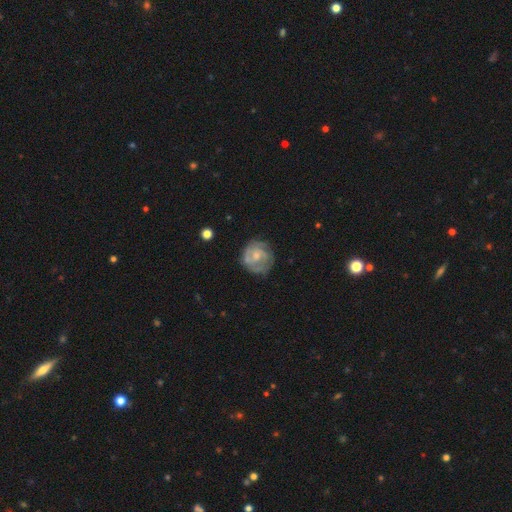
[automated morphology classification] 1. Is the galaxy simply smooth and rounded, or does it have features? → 70% featured or disk, 24% smooth, 6% star or artifact.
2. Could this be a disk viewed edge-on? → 98% no, 2% yes.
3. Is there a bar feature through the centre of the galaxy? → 67% no, 29% weak, 4% strong.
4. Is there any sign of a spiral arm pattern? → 80% yes, 20% no.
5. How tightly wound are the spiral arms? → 56% tight, 33% medium, 11% loose.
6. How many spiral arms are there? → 36% can't tell, 35% 2, 17% 3, 5% 1, 4% 4, 3% more than 4.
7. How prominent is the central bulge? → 53% small, 39% moderate, 5% none, 2% large, 1% dominant.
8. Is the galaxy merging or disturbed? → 68% none, 21% minor disturbance, 9% major disturbance, 2% merger.